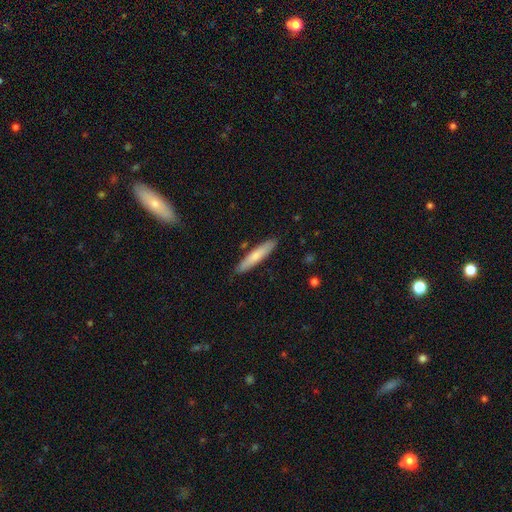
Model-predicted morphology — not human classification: This appears to be a smooth galaxy with no disk features (70%) that is cigar-shaped (89%). Merging: none (87%).